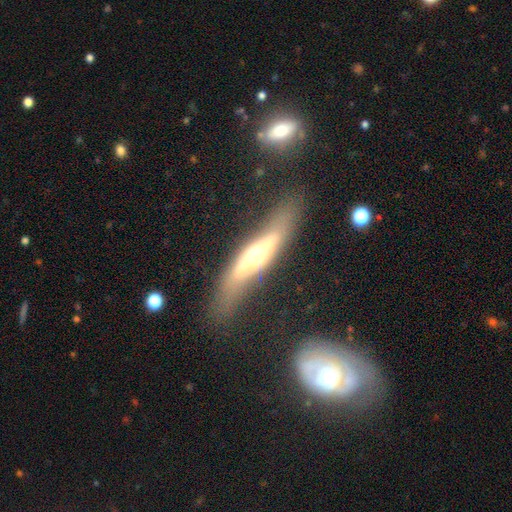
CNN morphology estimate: A featured or disk galaxy (63%) viewed edge-on (68%). Merging: none (68%).